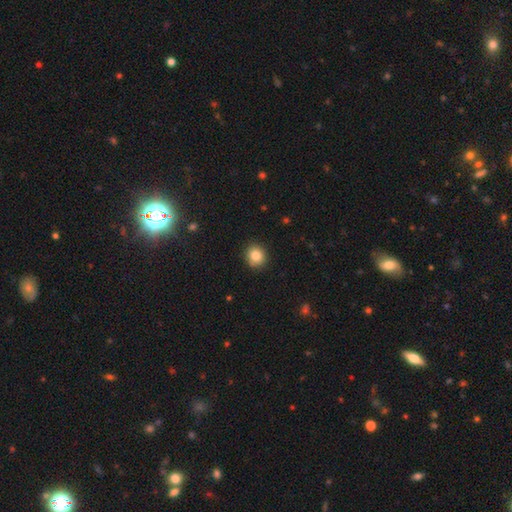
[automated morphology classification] smooth-or-featured: smooth: 84% | star or artifact: 10% | featured or disk: 6%
  how-rounded: round: 85% | in between: 14% | cigar-shaped: 1%
  merging: none: 90% | minor disturbance: 7% | major disturbance: 2% | merger: 1%